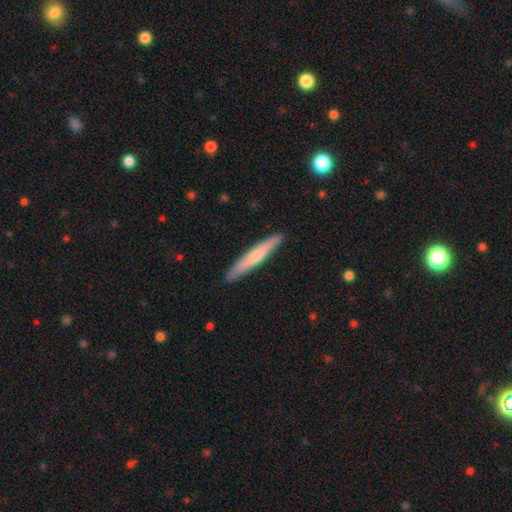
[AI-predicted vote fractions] Smooth or featured?
  - smooth: 60% *
  - featured or disk: 35%
  - star or artifact: 5%
How rounded?
  - cigar-shaped: 95% *
  - in between: 4%
  - round: 1%
Merging?
  - none: 90% *
  - minor disturbance: 8%
  - major disturbance: 1%
  - merger: 1%